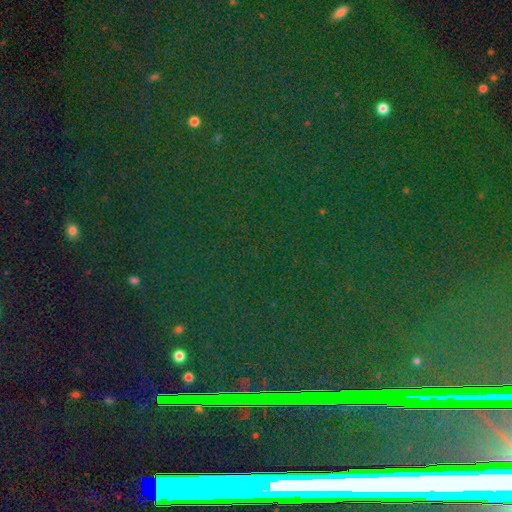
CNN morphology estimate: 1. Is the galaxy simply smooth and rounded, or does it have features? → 81% star or artifact, 10% smooth, 9% featured or disk.